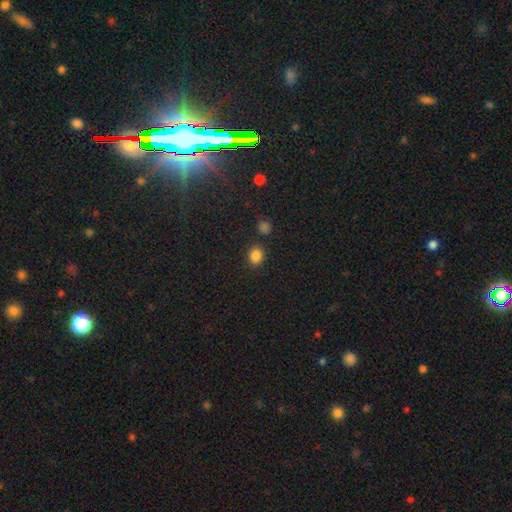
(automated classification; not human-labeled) A smooth galaxy with no disk features (84%) that is round (62%). Merging: none (82%).